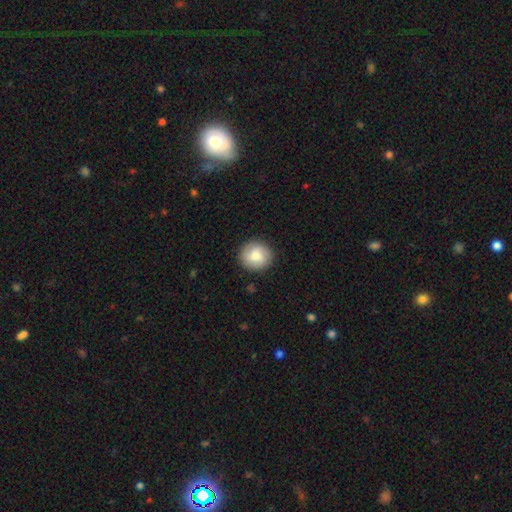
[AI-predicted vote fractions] The model was most divided on "smooth or featured": smooth: 78%, featured or disk: 15%, star or artifact: 7%. More confident: merging — none (88%); how rounded — round (87%).